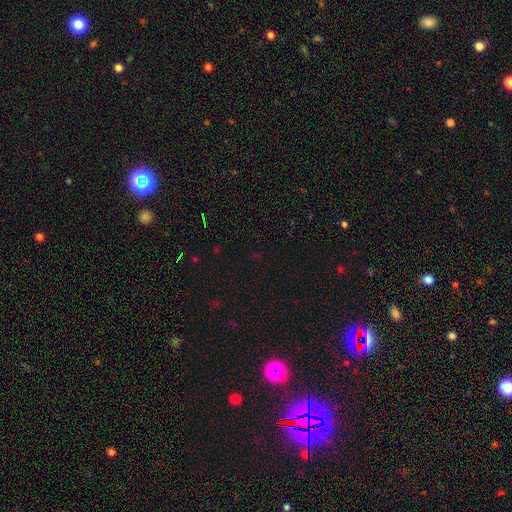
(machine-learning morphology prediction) A star or artifact, not a galaxy (71%).

Vote fractions:
- Smooth or featured? star or artifact: 71% / smooth: 22% / featured or disk: 7%